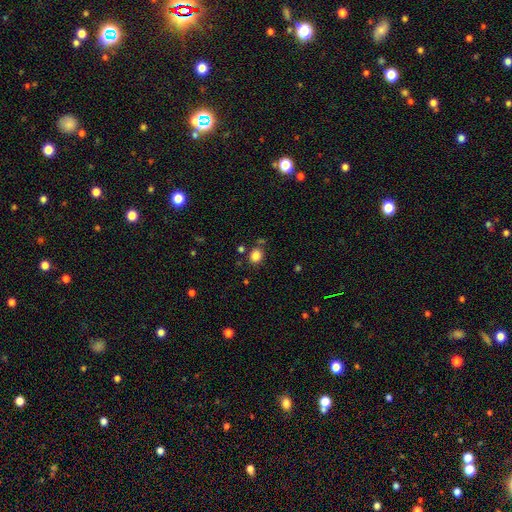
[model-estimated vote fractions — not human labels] Smooth or featured: smooth — 84% (star or artifact — 12%)
How rounded: round — 65% (in between — 34%)
Merging: none — 78% (minor disturbance — 11%)